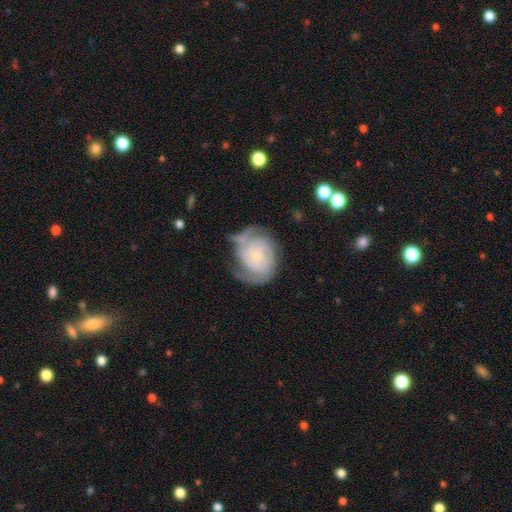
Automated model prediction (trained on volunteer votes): A featured or disk galaxy (79%) with no bar (73%), 2 (41%) tight (60%) spiral arms (94%) and a small central bulge (70%).

Vote fractions:
- Smooth or featured? featured or disk: 79% / smooth: 15% / star or artifact: 6%
- Edge-on disk? no: 98% / yes: 2%
- Bar? no: 73% / weak: 23% / strong: 4%
- Spiral arms? yes: 94% / no: 6%
- Spiral winding? tight: 60% / medium: 31% / loose: 10%
- Spiral arm count? 2: 41% / can't tell: 24% / 3: 20% / 1: 6% / 4: 6% / more than 4: 4%
- Bulge size? small: 70% / moderate: 14% / none: 12% / large: 3% / dominant: 1%
- Merging? none: 53% / minor disturbance: 25% / major disturbance: 17% / merger: 5%